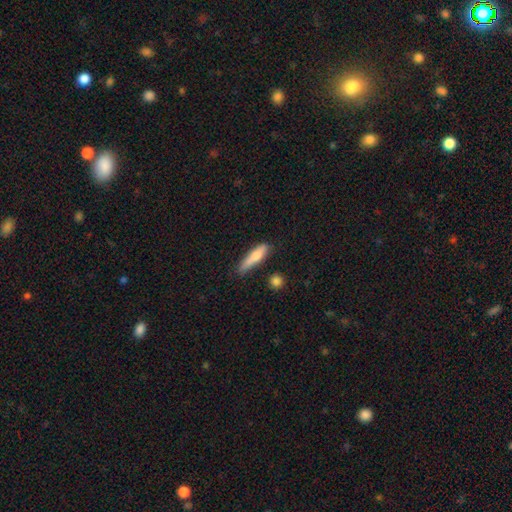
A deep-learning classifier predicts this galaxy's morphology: Q: Smooth or featured?
A: smooth (71%); runner-up: featured or disk (23%)
Q: How rounded?
A: cigar-shaped (78%); runner-up: in between (20%)
Q: Merging?
A: none (62%); runner-up: minor disturbance (27%)